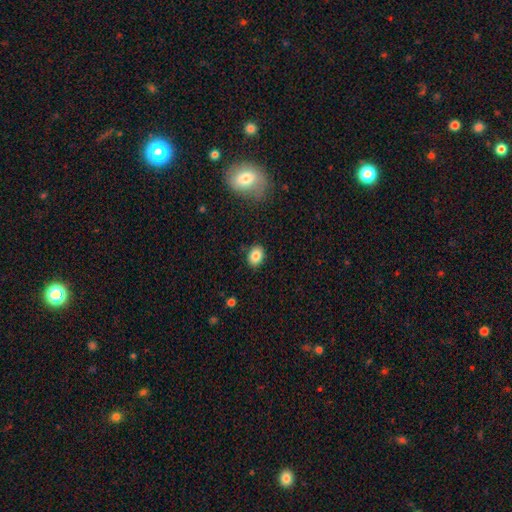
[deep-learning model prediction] A smooth galaxy with no disk features (85%) that is in between round and cigar-shaped (66%). Merging: none (86%).